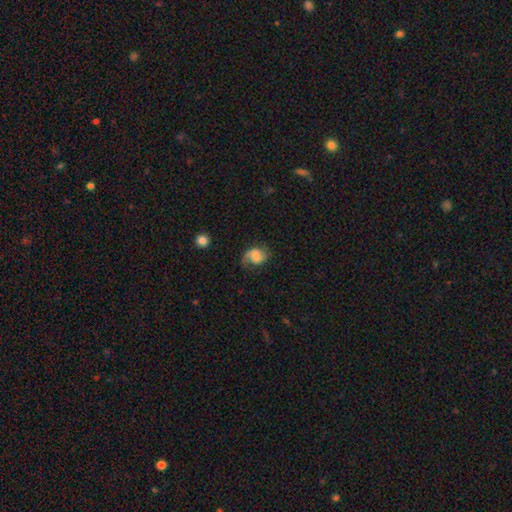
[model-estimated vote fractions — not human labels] smooth-or-featured: featured or disk: 58% | smooth: 34% | star or artifact: 8%
  disk-edge-on: no: 97% | yes: 3%
    bar: no: 53% | weak: 39% | strong: 8%
    has-spiral-arms: yes: 91% | no: 9%
      spiral-winding: loose: 43% | medium: 39% | tight: 18%
      spiral-arm-count: 1: 47% | 2: 46% | can't tell: 5% | 3: 1% | 4: 1% | more than 4: 1%
    bulge-size: small: 34% | moderate: 29% | none: 23% | large: 11% | dominant: 3%
  merging: none: 52% | minor disturbance: 24% | major disturbance: 22% | merger: 2%